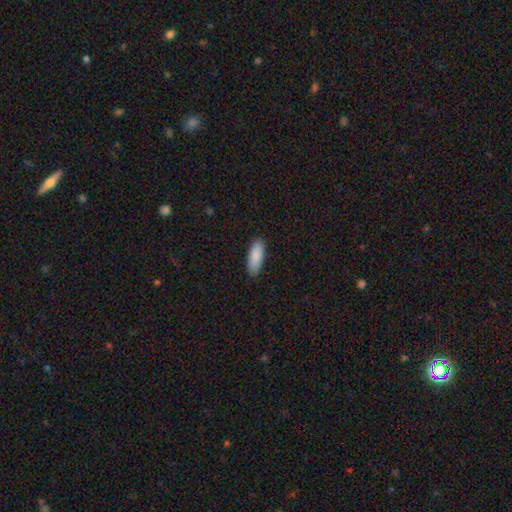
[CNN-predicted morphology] type=smooth (90%); roundness=in between (69%); merging=none (89%).